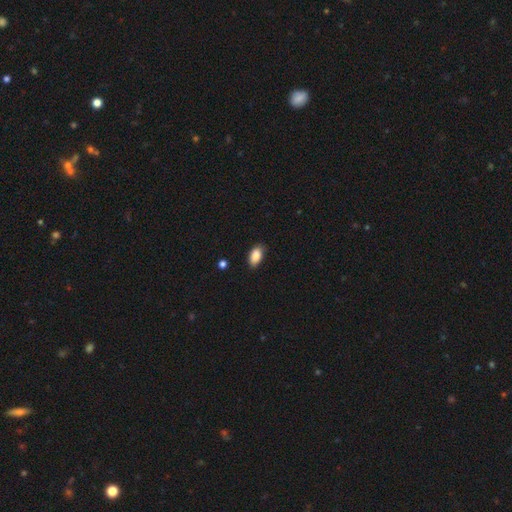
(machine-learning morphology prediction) type=smooth (88%); roundness=in between (92%); merging=none (82%).